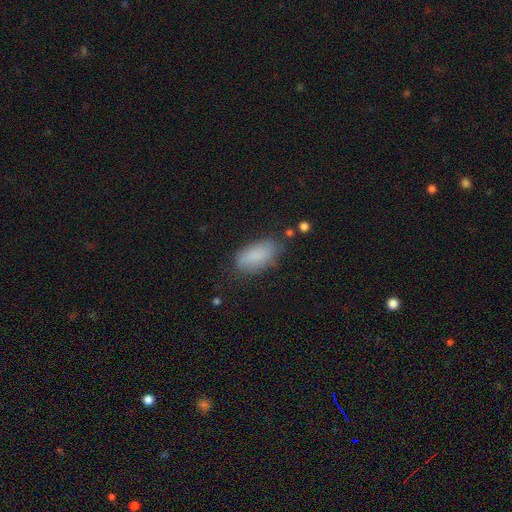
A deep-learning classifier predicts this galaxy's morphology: Overall: smooth (84%). How rounded: in between (89%). Merging: none (68%).